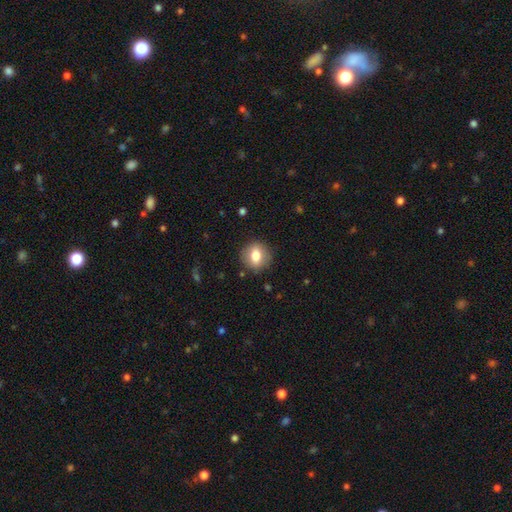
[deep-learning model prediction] Smooth or featured? Predicted: smooth (p=0.73). How rounded? Predicted: round (p=0.72). Merging? Predicted: none (p=0.87).